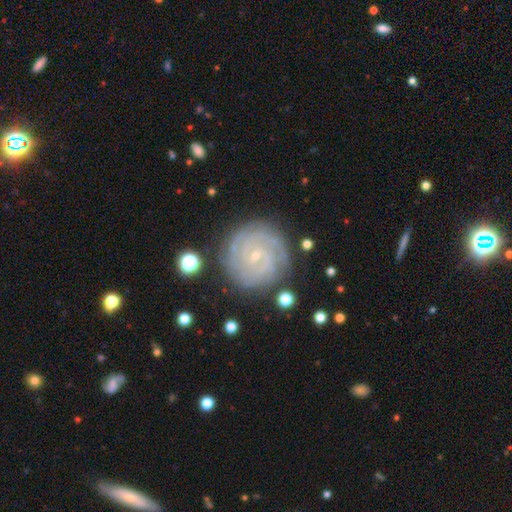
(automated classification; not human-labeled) smooth-or-featured: featured or disk: 87% | star or artifact: 6% | smooth: 6%
  disk-edge-on: no: 98% | yes: 2%
    bar: no: 67% | weak: 26% | strong: 8%
    has-spiral-arms: yes: 98% | no: 2%
      spiral-winding: tight: 84% | medium: 14% | loose: 2%
      spiral-arm-count: 2: 26% | 3: 25% | 4: 19% | can't tell: 17% | more than 4: 7% | 1: 6%
    bulge-size: small: 86% | moderate: 10% | none: 2% | large: 1% | dominant: 1%
  merging: none: 84% | minor disturbance: 12% | major disturbance: 3% | merger: 2%